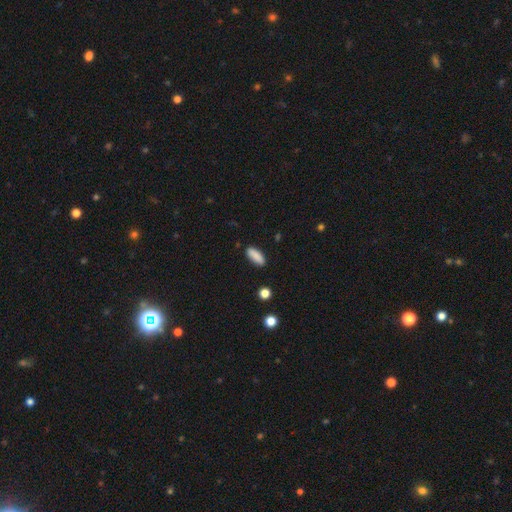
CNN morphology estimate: Smooth or featured? Predicted: smooth (p=0.88). How rounded? Predicted: in between (p=0.72). Merging? Predicted: none (p=0.86).